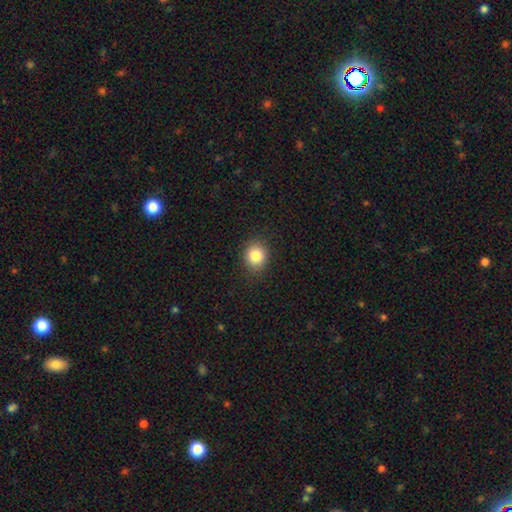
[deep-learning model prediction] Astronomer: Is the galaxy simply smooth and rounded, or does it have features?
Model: smooth — 84%.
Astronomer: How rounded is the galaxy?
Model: round — 80%.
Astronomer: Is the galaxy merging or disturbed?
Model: none — 89%.